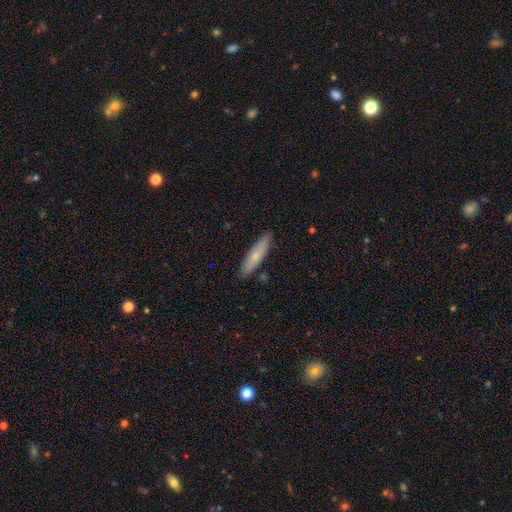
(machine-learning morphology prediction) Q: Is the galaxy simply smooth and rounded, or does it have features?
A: smooth — 70%.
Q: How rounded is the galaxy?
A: cigar-shaped — 80%.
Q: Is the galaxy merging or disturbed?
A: none — 86%.